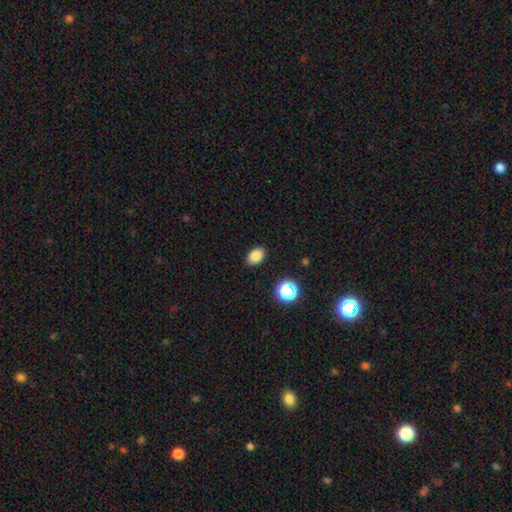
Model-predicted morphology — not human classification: Overall: smooth (83%). How rounded: in between (79%). Merging: none (88%).